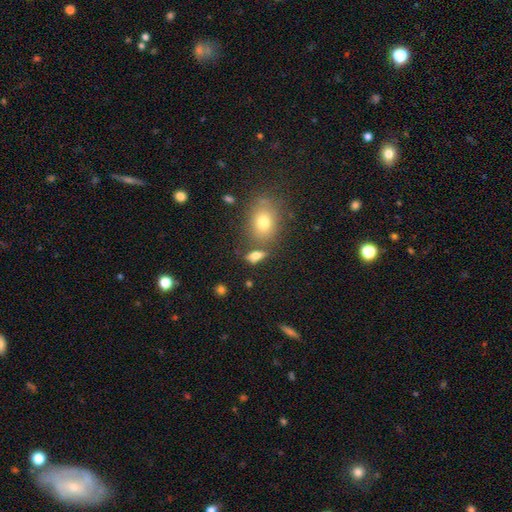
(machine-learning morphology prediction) smooth-or-featured: smooth: 69% | featured or disk: 19% | star or artifact: 12%
  how-rounded: in between: 71% | cigar-shaped: 16% | round: 13%
  merging: none: 64% | minor disturbance: 15% | merger: 15% | major disturbance: 6%